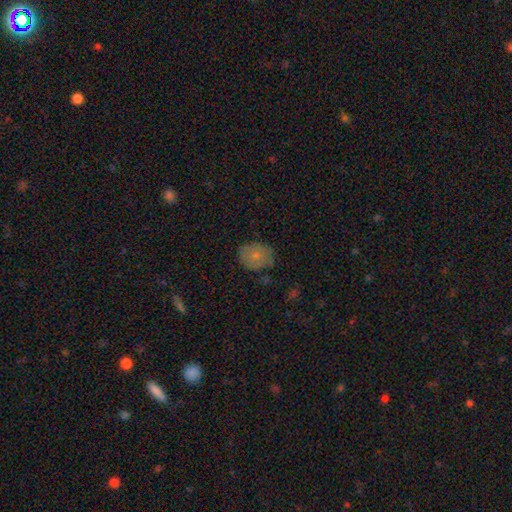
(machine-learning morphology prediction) smooth-or-featured: smooth: 74% | featured or disk: 16% | star or artifact: 9%
  how-rounded: round: 54% | in between: 45% | cigar-shaped: 1%
  merging: none: 71% | minor disturbance: 22% | major disturbance: 5% | merger: 2%